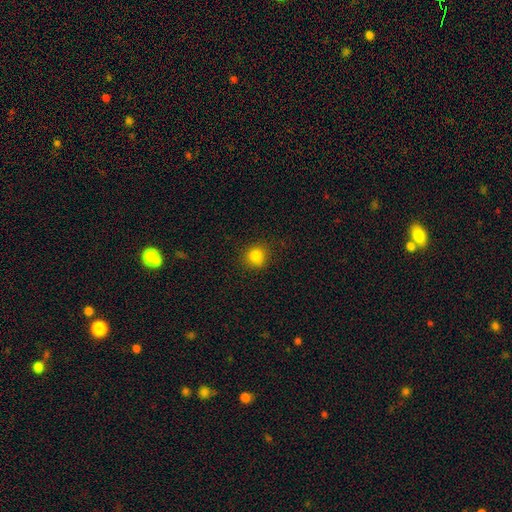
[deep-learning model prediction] Smooth or featured?
  - smooth: 83% *
  - star or artifact: 13%
  - featured or disk: 4%
How rounded?
  - round: 84% *
  - in between: 15%
  - cigar-shaped: 1%
Merging?
  - none: 86% *
  - minor disturbance: 10%
  - major disturbance: 3%
  - merger: 1%